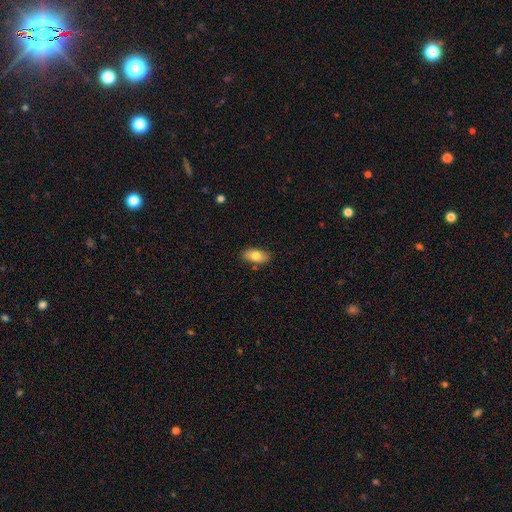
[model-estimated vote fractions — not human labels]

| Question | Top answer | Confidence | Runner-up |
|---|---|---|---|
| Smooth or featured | smooth | 78% | featured or disk (16%) |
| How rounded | in between | 91% | cigar-shaped (6%) |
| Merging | none | 85% | minor disturbance (11%) |